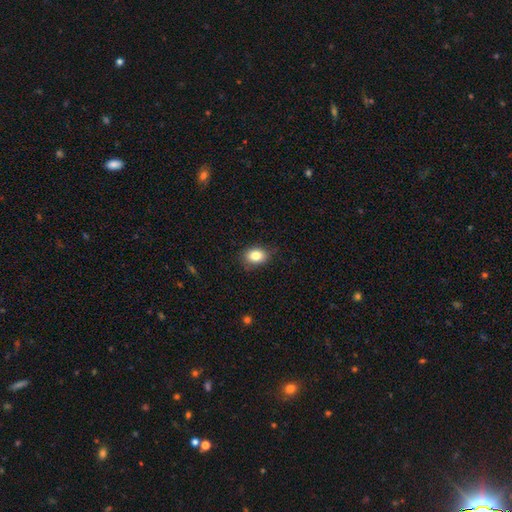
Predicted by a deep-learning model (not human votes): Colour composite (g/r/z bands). It shows a smooth galaxy with no disk features (84%) that is in between round and cigar-shaped (67%). Merging: none (83%).